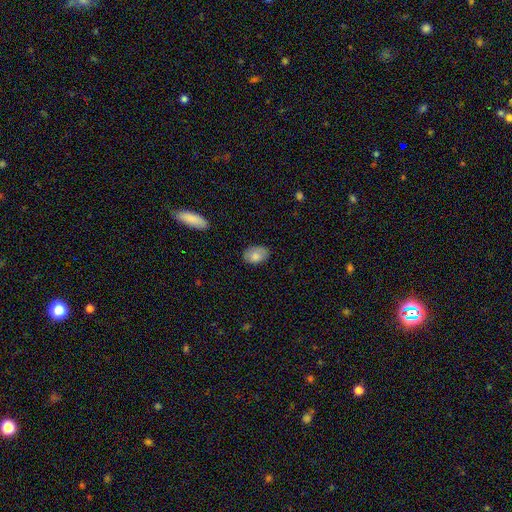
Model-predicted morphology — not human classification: A smooth galaxy with no disk features (83%) that is in between round and cigar-shaped (86%).

Vote fractions:
- Smooth or featured? smooth: 83% / featured or disk: 10% / star or artifact: 7%
- How rounded? in between: 86% / round: 13% / cigar-shaped: 1%
- Merging? none: 76% / minor disturbance: 19% / major disturbance: 4% / merger: 1%